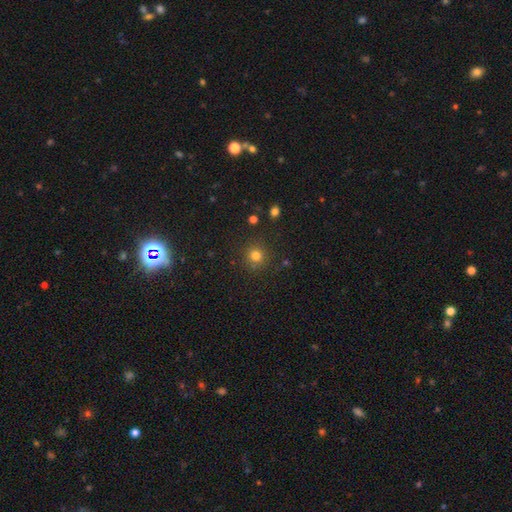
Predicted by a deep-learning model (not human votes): A smooth galaxy with no disk features (79%) that is round (93%).

Vote fractions:
- Smooth or featured? smooth: 79% / star or artifact: 16% / featured or disk: 6%
- How rounded? round: 93% / in between: 6% / cigar-shaped: 1%
- Merging? none: 86% / minor disturbance: 8% / merger: 3% / major disturbance: 3%